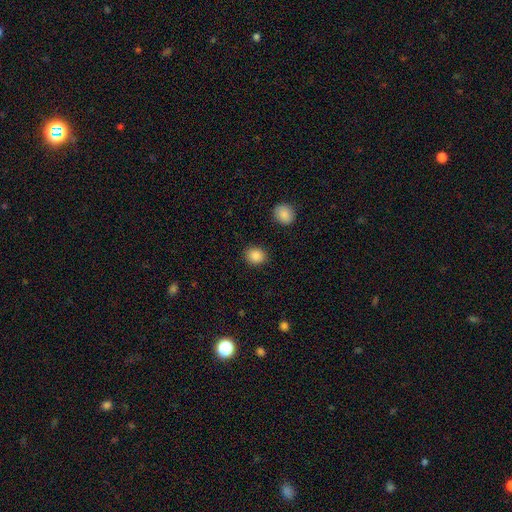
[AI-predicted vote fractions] Smooth or featured? Predicted: smooth (p=0.88). How rounded? Predicted: round (p=0.71). Merging? Predicted: none (p=0.89).